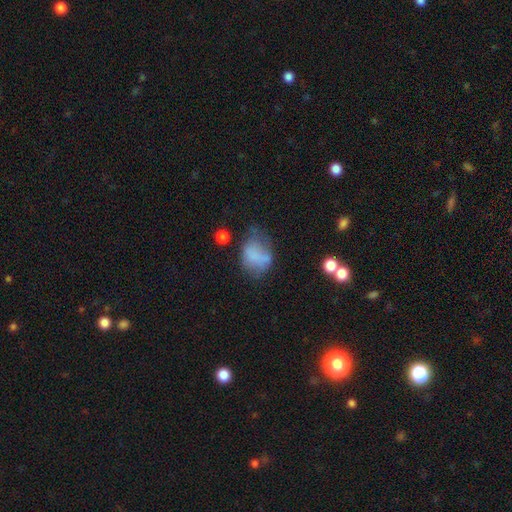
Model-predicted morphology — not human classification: smooth_or_featured: smooth (p=0.66) [alt: featured or disk p=0.22]
how_rounded: in between (p=0.67) [alt: round p=0.32]
merging: none (p=0.35) [alt: minor disturbance p=0.32]